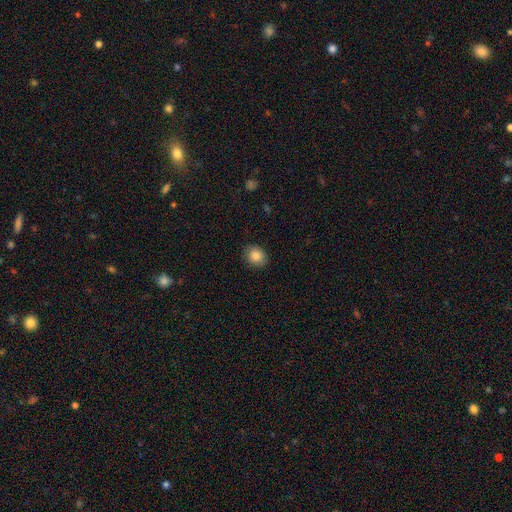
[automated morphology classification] This is clearly a smooth galaxy (85%). How rounded: possibly round (60%). Merging: clearly none (88%).